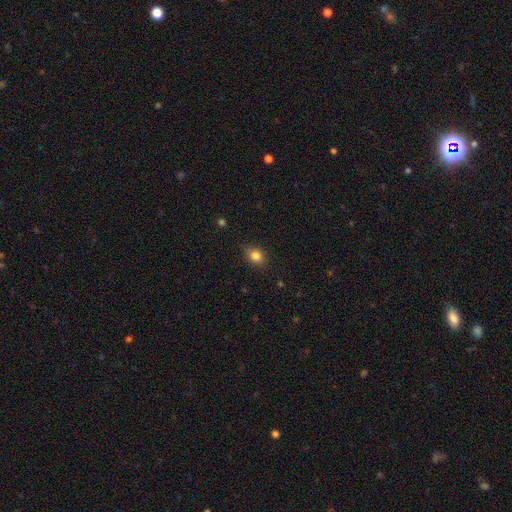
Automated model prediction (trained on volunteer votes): Smooth or featured: smooth — 82% (star or artifact — 11%)
How rounded: round — 50% (in between — 48%)
Merging: none — 76% (minor disturbance — 19%)